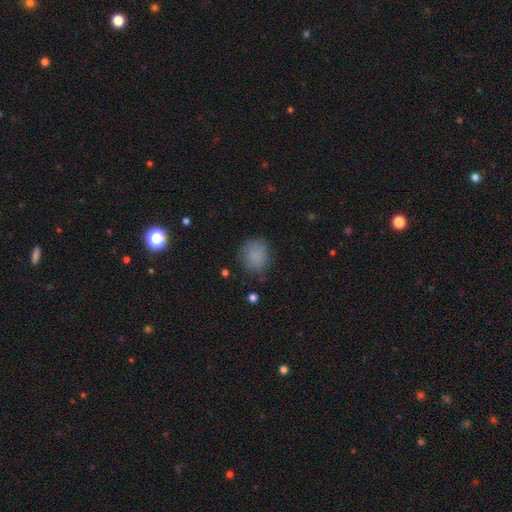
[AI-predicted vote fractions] smooth-or-featured: smooth: 84% | star or artifact: 10% | featured or disk: 6%
  how-rounded: round: 74% | in between: 25% | cigar-shaped: 1%
  merging: none: 76% | minor disturbance: 17% | major disturbance: 5% | merger: 2%